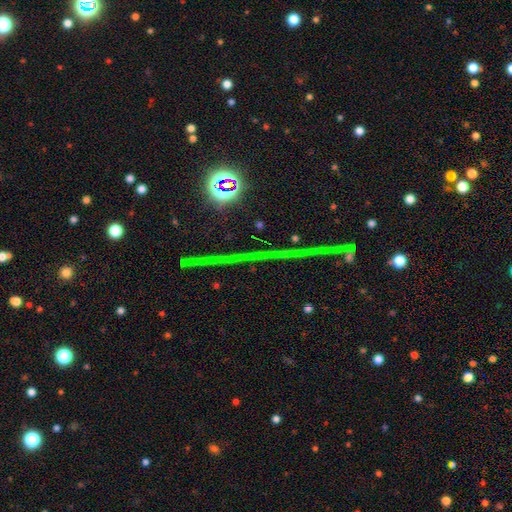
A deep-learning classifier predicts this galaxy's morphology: A star or artifact, not a galaxy (75%).